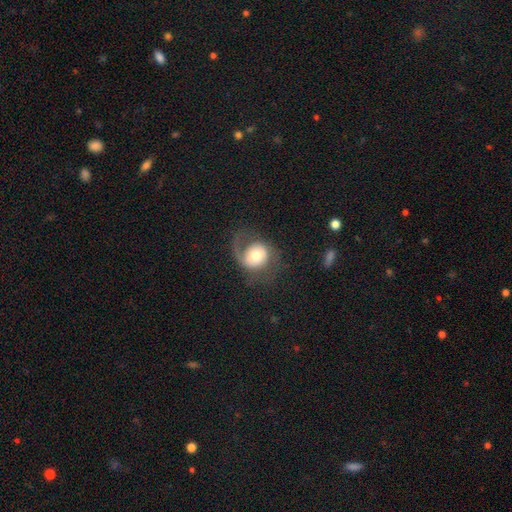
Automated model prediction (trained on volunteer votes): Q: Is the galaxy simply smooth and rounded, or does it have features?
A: featured or disk — 57%.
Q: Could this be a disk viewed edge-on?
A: no — 97%.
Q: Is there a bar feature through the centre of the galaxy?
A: no — 69%.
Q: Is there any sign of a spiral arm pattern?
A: yes — 80%.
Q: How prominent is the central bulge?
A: moderate — 63%.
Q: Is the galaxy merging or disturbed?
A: none — 48%.